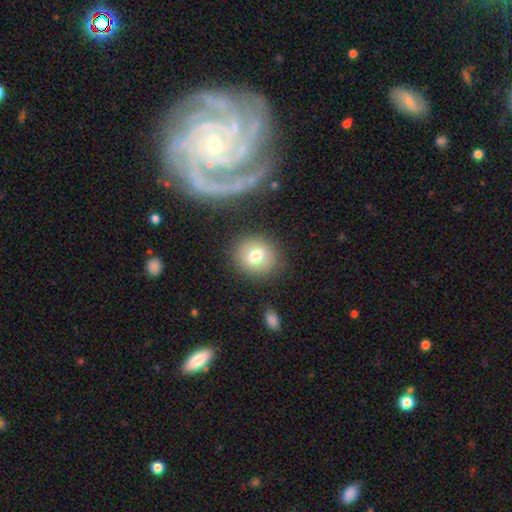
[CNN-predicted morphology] This appears to be a smooth galaxy with no disk features (72%) that is round (79%). Merging: none (84%).